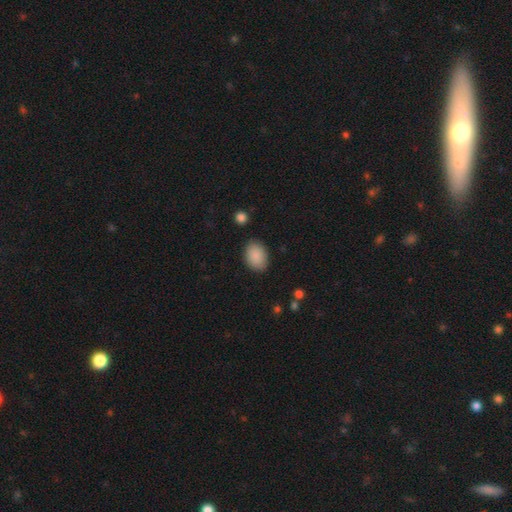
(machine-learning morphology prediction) type=smooth (90%); roundness=in between (82%); merging=none (85%).